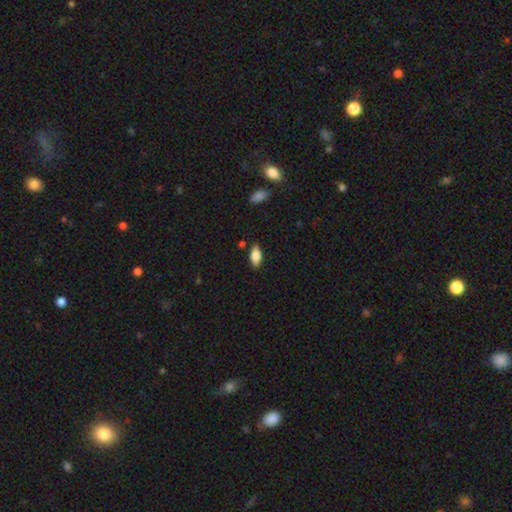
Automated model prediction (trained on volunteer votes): Smooth or featured? smooth (82%)
How rounded? in between (89%)
Merging? none (83%)